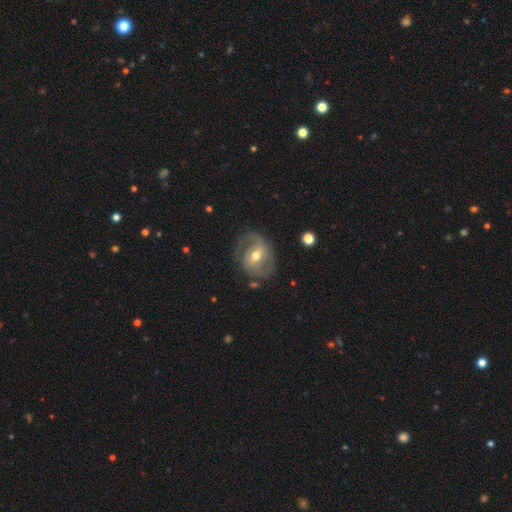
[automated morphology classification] Smooth or featured?
  - featured or disk: 76% *
  - smooth: 18%
  - star or artifact: 6%
Edge-on disk?
  - no: 96% *
  - yes: 4%
Bar?
  - weak: 50% *
  - no: 26%
  - strong: 24%
Spiral arms?
  - yes: 86% *
  - no: 14%
Spiral winding?
  - medium: 44% *
  - tight: 32%
  - loose: 24%
Spiral arm count?
  - 2: 66% *
  - can't tell: 14%
  - 1: 12%
  - 3: 5%
  - 4: 2%
  - more than 4: 2%
Bulge size?
  - moderate: 72% *
  - small: 21%
  - large: 5%
  - none: 1%
  - dominant: 1%
Merging?
  - none: 63% *
  - minor disturbance: 22%
  - major disturbance: 13%
  - merger: 2%